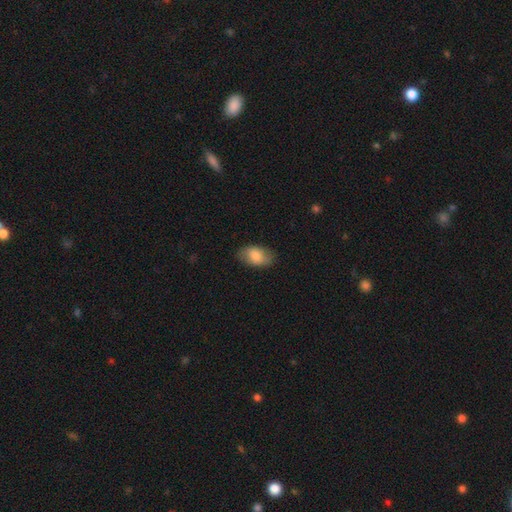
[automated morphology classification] This appears to be a smooth galaxy with no disk features (81%) that is in between round and cigar-shaped (92%). Merging: none (82%).